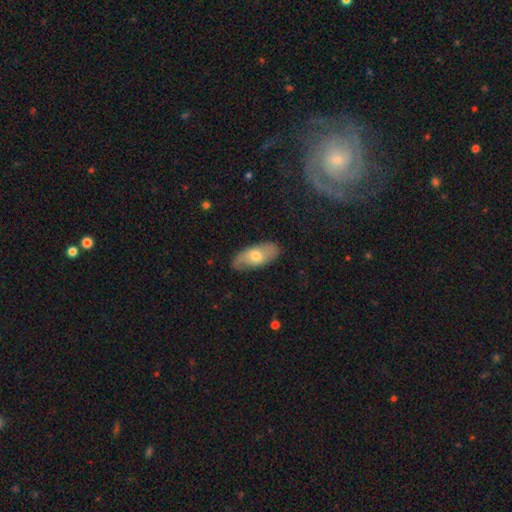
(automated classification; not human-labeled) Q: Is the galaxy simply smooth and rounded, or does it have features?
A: smooth — 56%.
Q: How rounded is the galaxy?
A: in between — 88%.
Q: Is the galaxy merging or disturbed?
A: none — 79%.